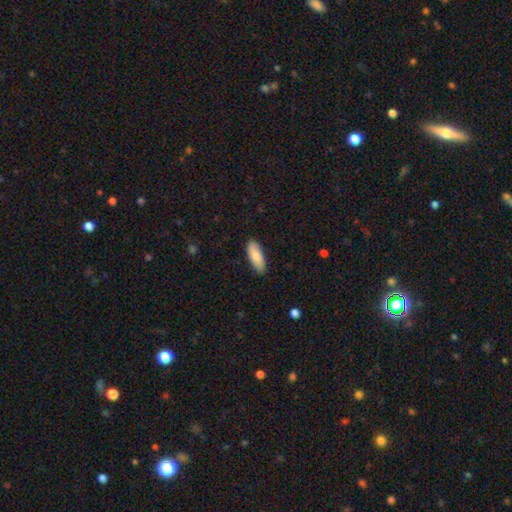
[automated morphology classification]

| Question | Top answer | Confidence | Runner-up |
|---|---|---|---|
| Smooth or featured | smooth | 83% | featured or disk (12%) |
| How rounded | in between | 74% | cigar-shaped (25%) |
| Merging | none | 86% | minor disturbance (11%) |